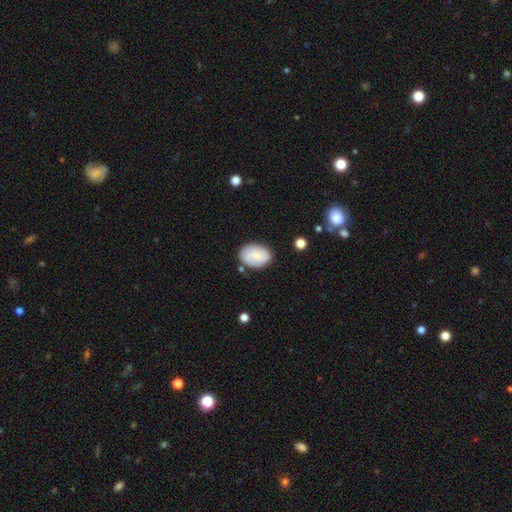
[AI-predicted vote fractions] This appears to be a smooth galaxy with no disk features (55%) that is in between round and cigar-shaped (77%). Merging: none (80%).